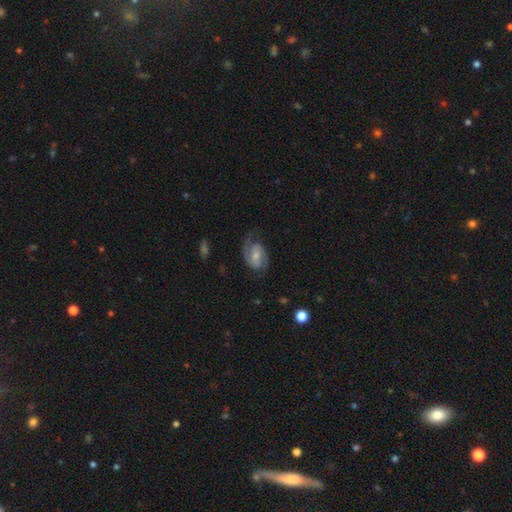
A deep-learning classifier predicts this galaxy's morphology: The model was most divided on "bar": weak: 46%, no: 38%, strong: 16%. Remaining: edge-on disk — no (97%); spiral arms — yes (94%); spiral arm count — 2 (82%); smooth or featured — featured or disk (75%); merging — none (64%); bulge size — moderate (49%); spiral winding — medium (49%).